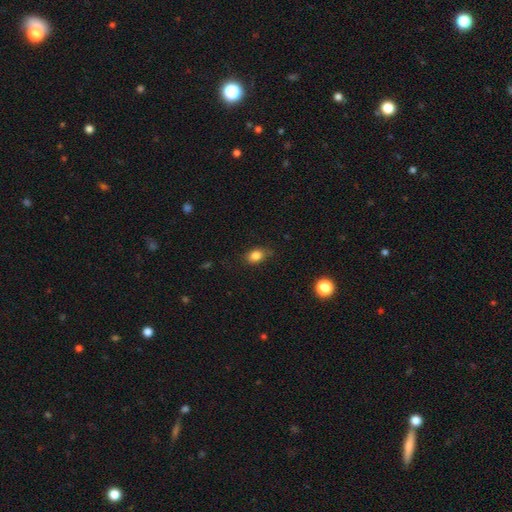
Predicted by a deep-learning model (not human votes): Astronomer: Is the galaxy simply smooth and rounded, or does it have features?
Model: smooth — 84%.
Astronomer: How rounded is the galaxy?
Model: in between — 72%.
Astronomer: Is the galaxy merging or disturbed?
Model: none — 75%.